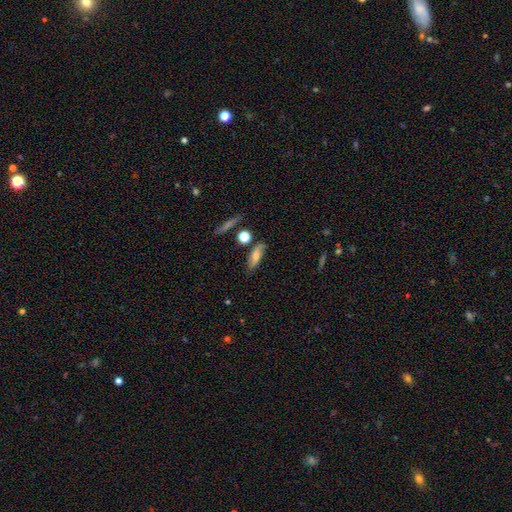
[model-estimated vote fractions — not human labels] This appears to be a smooth galaxy with no disk features (60%) that is in between round and cigar-shaped (57%). Merging: none (68%).